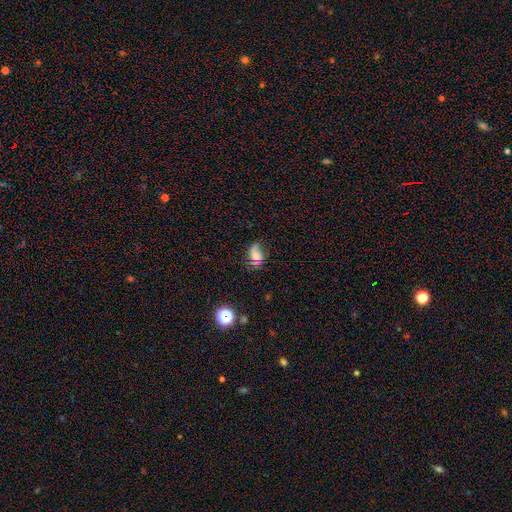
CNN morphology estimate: Smooth or featured: smooth — 44% (featured or disk — 40%)
Merging: none — 51% (minor disturbance — 29%)